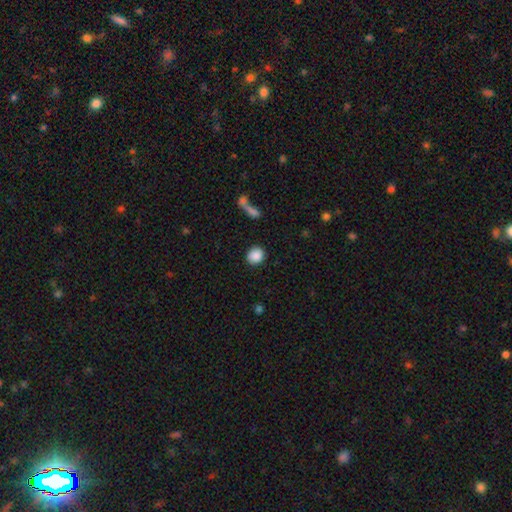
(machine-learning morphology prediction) smooth_or_featured: smooth (p=0.88) [alt: star or artifact p=0.08]
how_rounded: round (p=0.78) [alt: in between p=0.21]
merging: none (p=0.87) [alt: minor disturbance p=0.07]